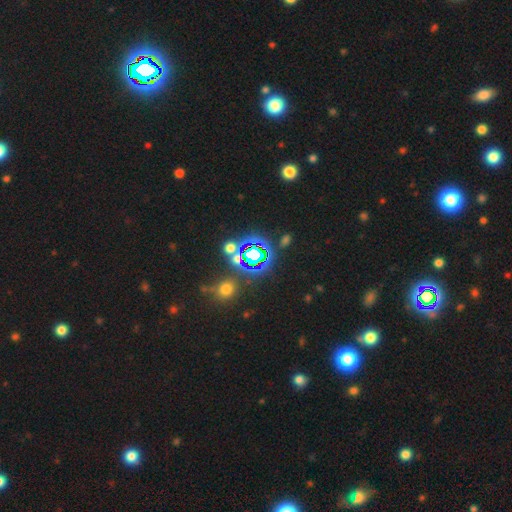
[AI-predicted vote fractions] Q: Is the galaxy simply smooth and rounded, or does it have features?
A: star or artifact — 75%.